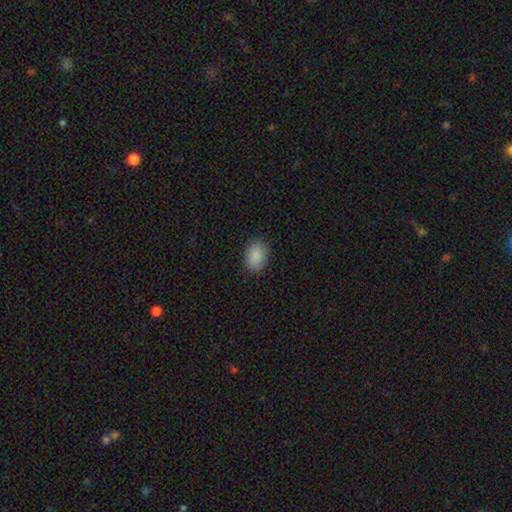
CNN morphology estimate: Smooth or featured: smooth — 89% (star or artifact — 8%)
How rounded: in between — 69% (round — 30%)
Merging: none — 86% (minor disturbance — 10%)